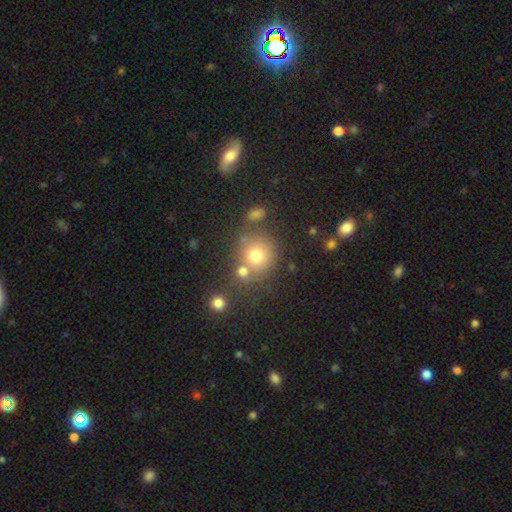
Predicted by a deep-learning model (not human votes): Smooth or featured?
  - smooth: 73% *
  - star or artifact: 16%
  - featured or disk: 11%
How rounded?
  - round: 87% *
  - in between: 12%
  - cigar-shaped: 1%
Merging?
  - none: 62% *
  - merger: 22%
  - minor disturbance: 11%
  - major disturbance: 5%